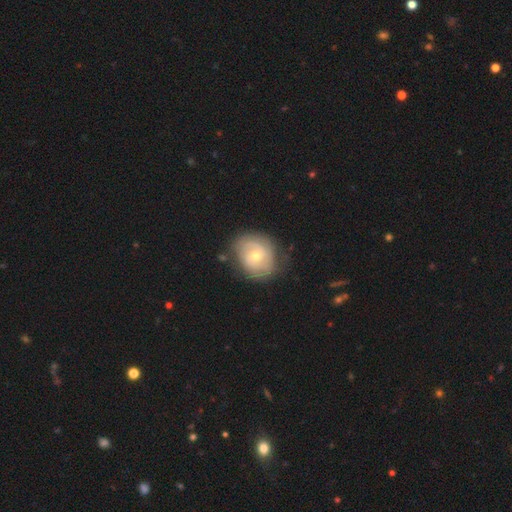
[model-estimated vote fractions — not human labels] Smooth or featured? Predicted: featured or disk (p=0.64). Edge-on disk? Predicted: no (p=0.97). Bar? Predicted: no (p=0.72). Spiral arms? Predicted: yes (p=0.78). Bulge size? Predicted: moderate (p=0.52). Merging? Predicted: none (p=0.71).